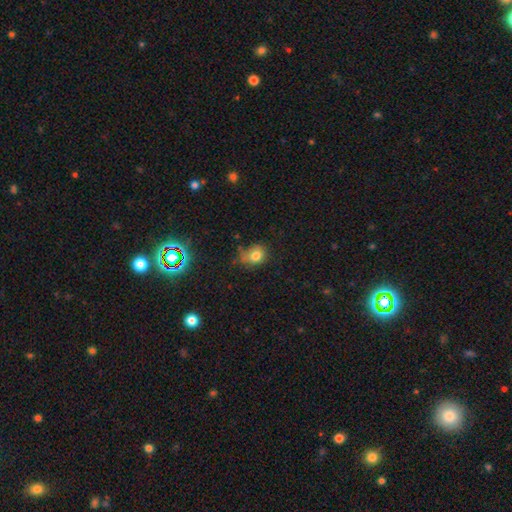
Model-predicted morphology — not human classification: smooth_or_featured: smooth (p=0.76) [alt: star or artifact p=0.15]
how_rounded: round (p=0.58) [alt: in between p=0.41]
merging: none (p=0.51) [alt: minor disturbance p=0.31]